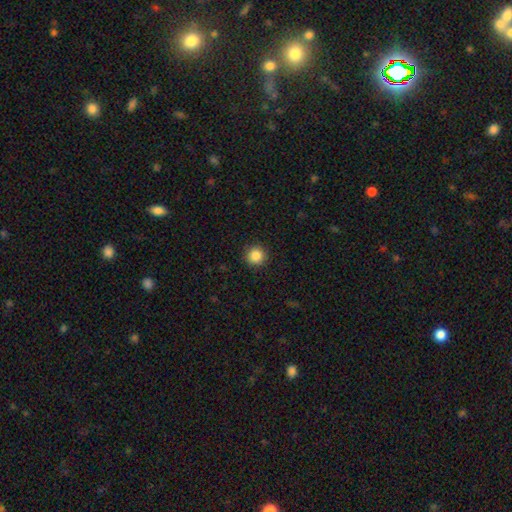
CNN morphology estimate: A smooth galaxy with no disk features (86%) that is round (95%).

Vote fractions:
- Smooth or featured? smooth: 86% / star or artifact: 10% / featured or disk: 4%
- How rounded? round: 95% / in between: 4% / cigar-shaped: 1%
- Merging? none: 92% / minor disturbance: 6% / major disturbance: 2% / merger: 1%